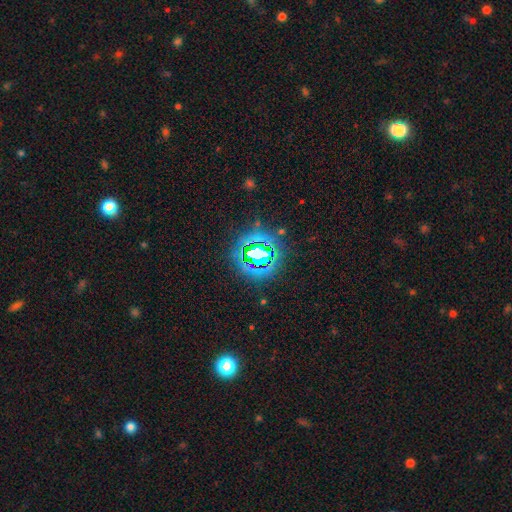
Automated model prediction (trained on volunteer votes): smooth-or-featured: star or artifact: 75% | smooth: 15% | featured or disk: 10%